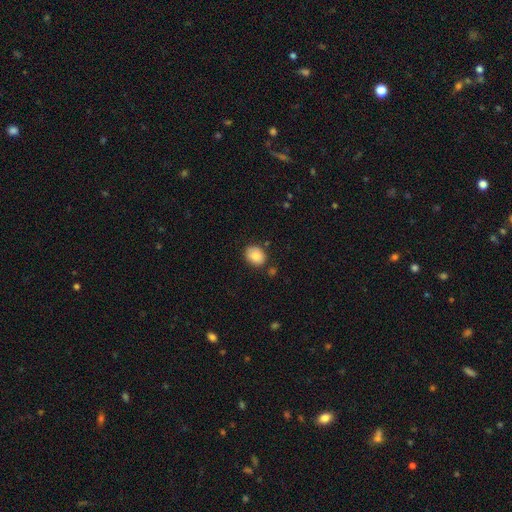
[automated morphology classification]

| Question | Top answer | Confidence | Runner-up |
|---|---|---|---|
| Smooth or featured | smooth | 86% | star or artifact (8%) |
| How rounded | in between | 60% | round (40%) |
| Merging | none | 77% | minor disturbance (15%) |